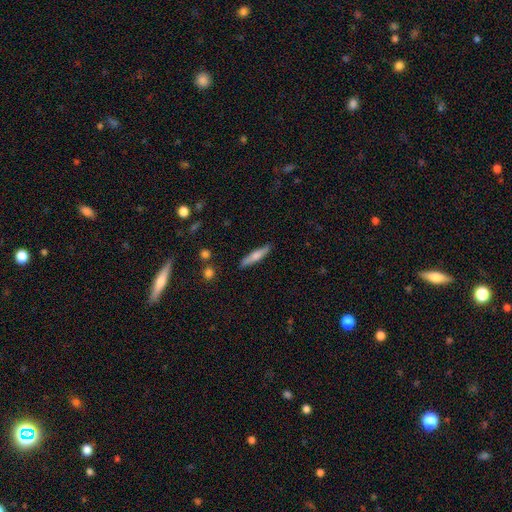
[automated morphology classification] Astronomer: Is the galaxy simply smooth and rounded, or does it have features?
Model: smooth — 60%.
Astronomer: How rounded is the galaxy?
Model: cigar-shaped — 86%.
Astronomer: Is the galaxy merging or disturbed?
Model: none — 88%.